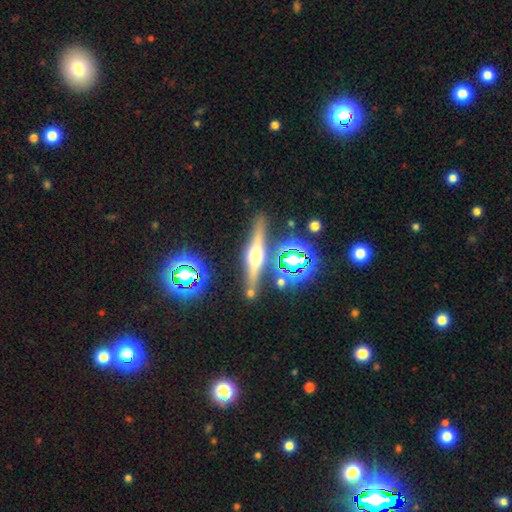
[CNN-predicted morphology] Smooth or featured? featured or disk (70%)
Edge-on disk? yes (95%)
Edge-on bulge? rounded (93%)
Merging? none (83%)